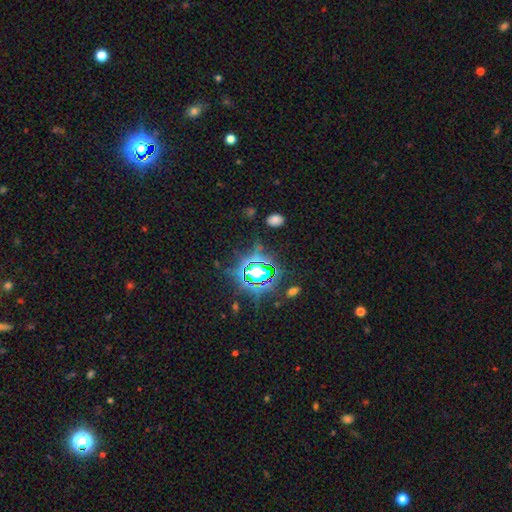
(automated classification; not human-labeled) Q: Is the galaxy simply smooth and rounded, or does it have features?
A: star or artifact — 75%.